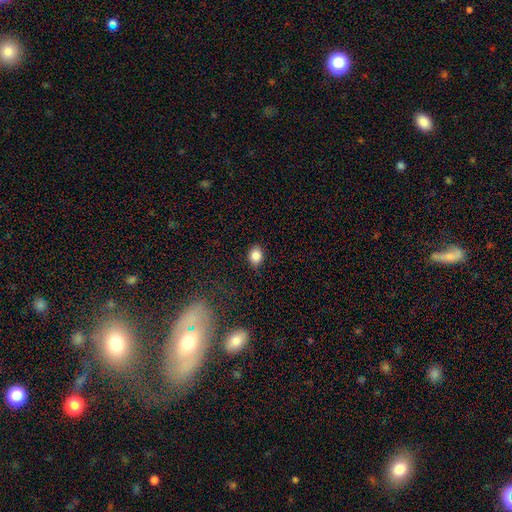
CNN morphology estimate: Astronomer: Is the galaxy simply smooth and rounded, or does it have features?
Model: smooth — 86%.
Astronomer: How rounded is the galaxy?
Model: in between — 61% (runner-up: round, 38%).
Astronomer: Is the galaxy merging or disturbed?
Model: none — 85%.